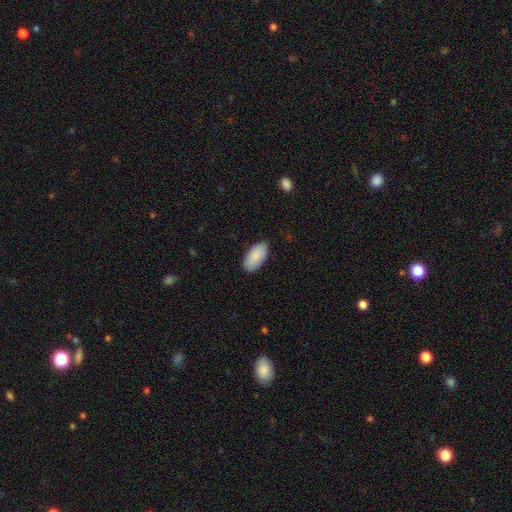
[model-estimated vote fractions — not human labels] Smooth or featured? smooth (89%)
How rounded? in between (95%)
Merging? none (87%)